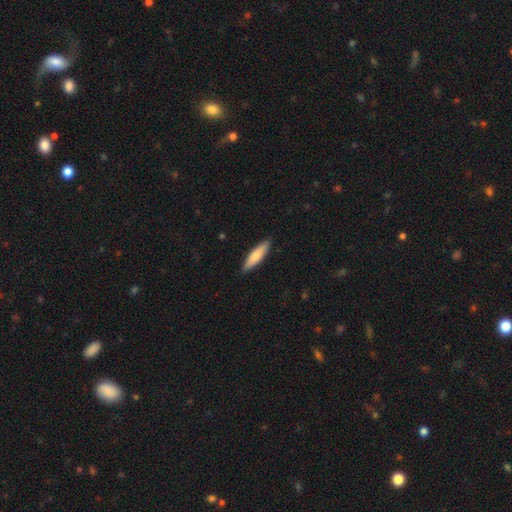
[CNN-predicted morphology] smooth-or-featured: smooth: 74% | featured or disk: 21% | star or artifact: 5%
  how-rounded: cigar-shaped: 72% | in between: 27% | round: 1%
  merging: none: 90% | minor disturbance: 8% | major disturbance: 1% | merger: 1%